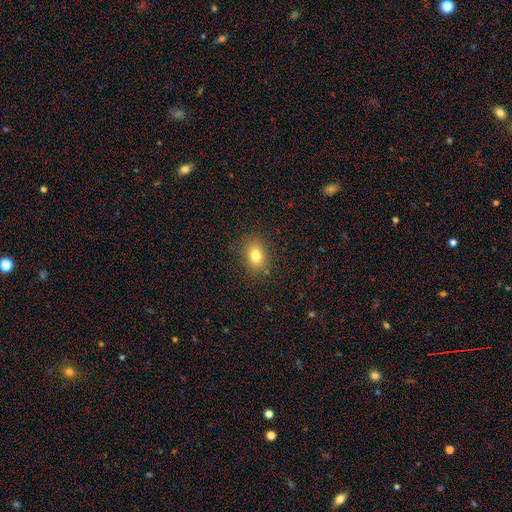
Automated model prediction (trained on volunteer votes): This is likely a smooth galaxy (80%). How rounded: likely in between (68%). Merging: clearly none (86%).